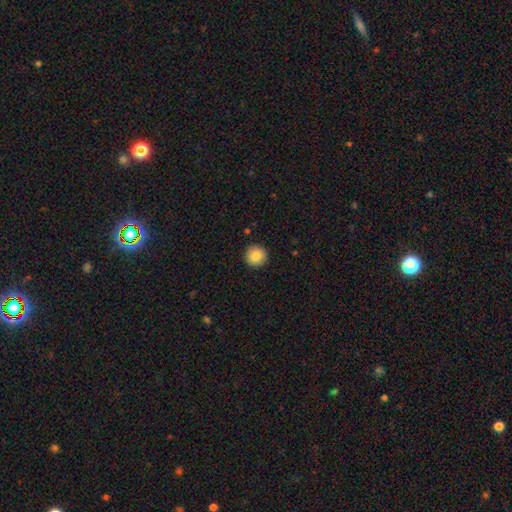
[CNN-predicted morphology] Smooth or featured? Predicted: smooth (p=0.86). How rounded? Predicted: round (p=0.94). Merging? Predicted: none (p=0.92).